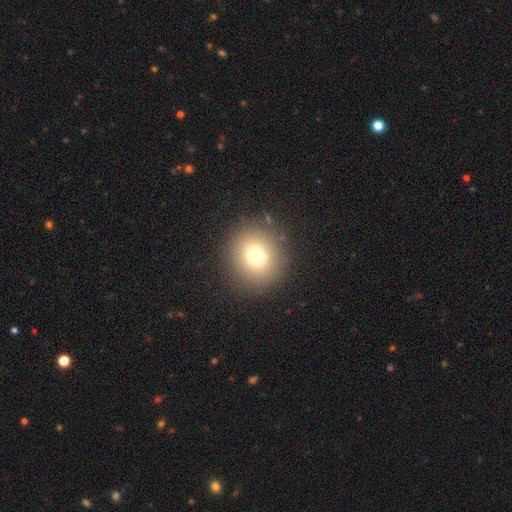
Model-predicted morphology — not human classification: Smooth or featured: smooth — 75% (star or artifact — 15%)
How rounded: round — 89% (in between — 10%)
Merging: none — 89% (minor disturbance — 7%)